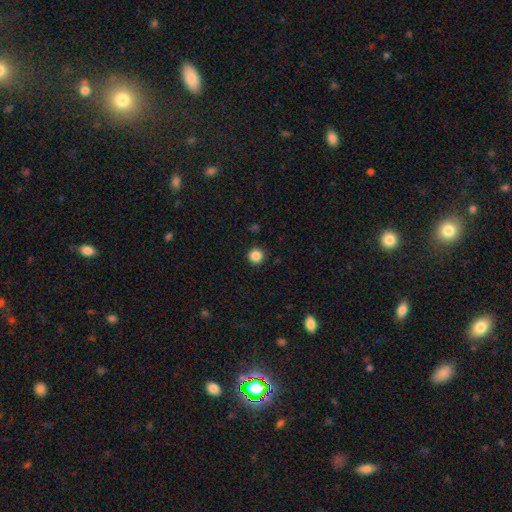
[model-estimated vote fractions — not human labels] Smooth or featured? smooth (85%)
How rounded? round (96%)
Merging? none (93%)